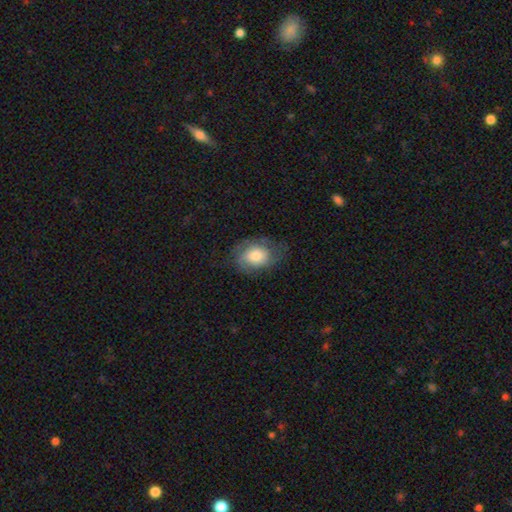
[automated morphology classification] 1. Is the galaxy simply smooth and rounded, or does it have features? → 57% smooth, 35% featured or disk, 8% star or artifact.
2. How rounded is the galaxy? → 67% in between, 32% round, 1% cigar-shaped.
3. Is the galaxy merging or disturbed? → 60% none, 24% minor disturbance, 15% major disturbance, 1% merger.